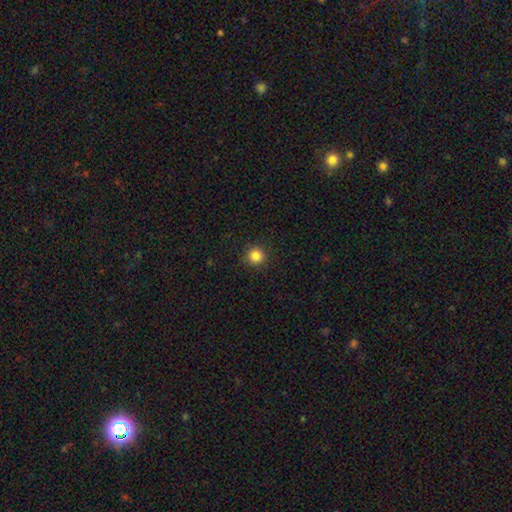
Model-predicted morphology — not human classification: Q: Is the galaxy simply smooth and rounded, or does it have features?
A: smooth — 84%.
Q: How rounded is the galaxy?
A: round — 95%.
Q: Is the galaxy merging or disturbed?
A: none — 90%.